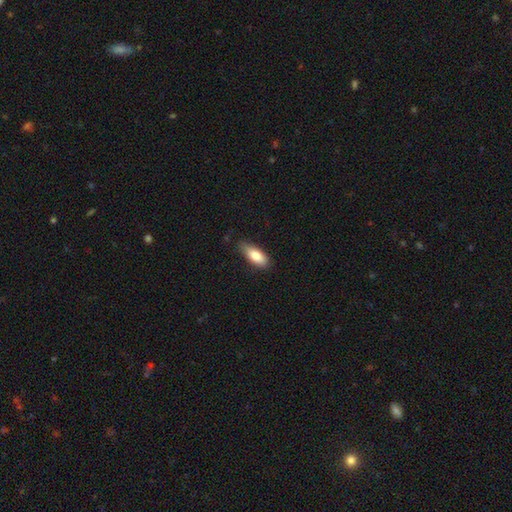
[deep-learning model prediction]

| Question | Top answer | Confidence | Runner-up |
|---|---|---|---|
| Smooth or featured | smooth | 80% | featured or disk (14%) |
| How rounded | in between | 75% | cigar-shaped (23%) |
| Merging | none | 75% | minor disturbance (20%) |